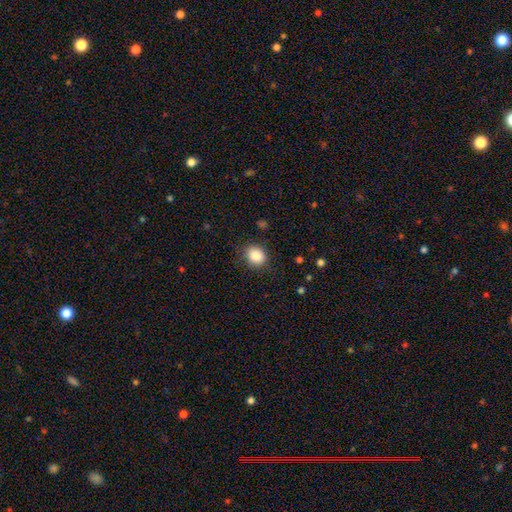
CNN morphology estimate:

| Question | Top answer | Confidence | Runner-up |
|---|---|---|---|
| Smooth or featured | smooth | 87% | star or artifact (9%) |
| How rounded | round | 61% | in between (38%) |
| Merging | none | 82% | minor disturbance (13%) |